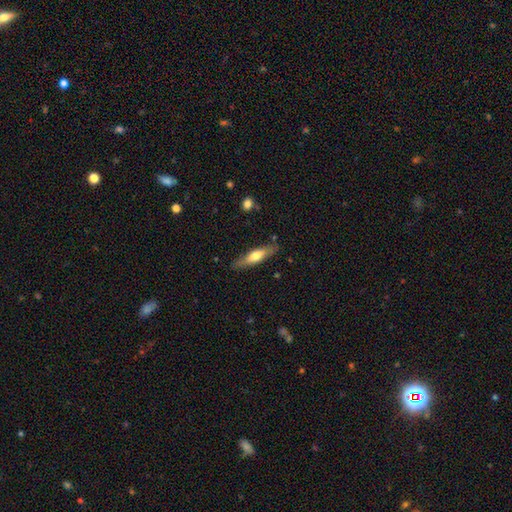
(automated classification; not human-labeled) Morphology: type=smooth (55%); roundness=cigar-shaped (72%); merging=none (83%).